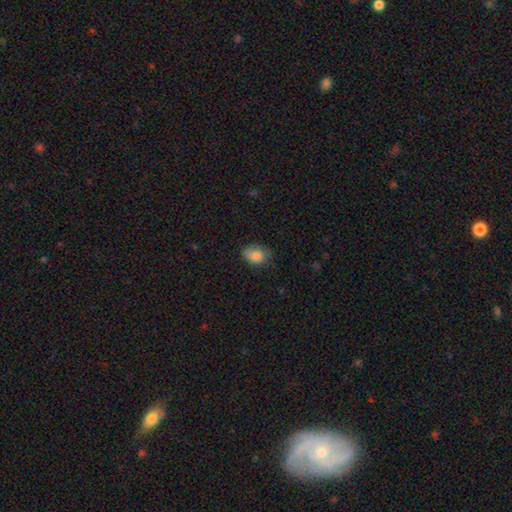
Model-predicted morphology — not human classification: Q: Smooth or featured?
A: smooth (83%); runner-up: featured or disk (9%)
Q: How rounded?
A: in between (68%); runner-up: round (31%)
Q: Merging?
A: none (63%); runner-up: minor disturbance (28%)